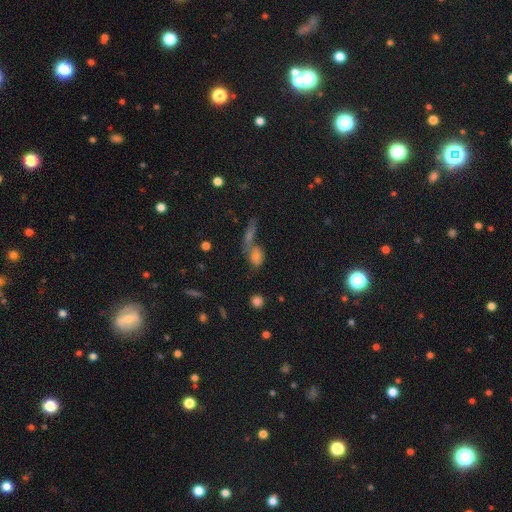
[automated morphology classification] Smooth or featured? Predicted: smooth (p=0.60). How rounded? Predicted: in between (p=0.61). Merging? Predicted: merger (p=0.43).